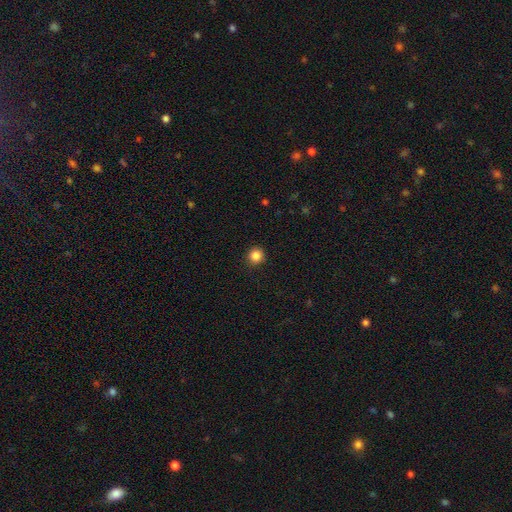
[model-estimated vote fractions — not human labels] Smooth or featured: smooth — 86% (star or artifact — 11%)
How rounded: round — 93% (in between — 6%)
Merging: none — 92% (minor disturbance — 6%)